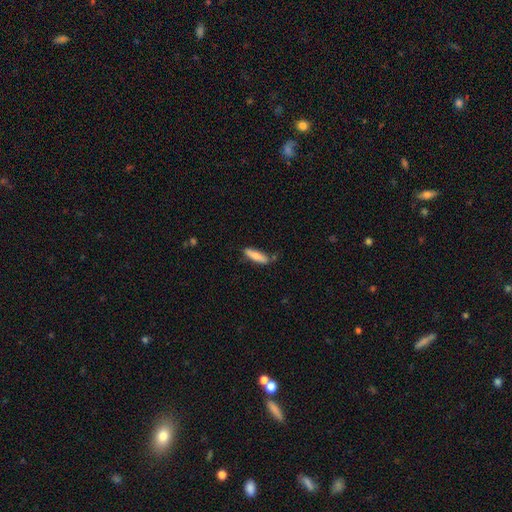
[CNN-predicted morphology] Q: Smooth or featured?
A: smooth (80%); runner-up: featured or disk (13%)
Q: How rounded?
A: cigar-shaped (67%); runner-up: in between (31%)
Q: Merging?
A: none (71%); runner-up: minor disturbance (20%)